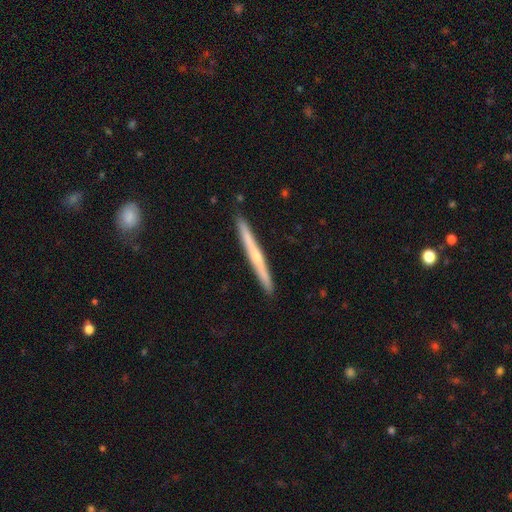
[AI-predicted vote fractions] Smooth or featured? featured or disk (61%)
Edge-on disk? yes (97%)
Edge-on bulge? rounded (50%)
Merging? none (91%)